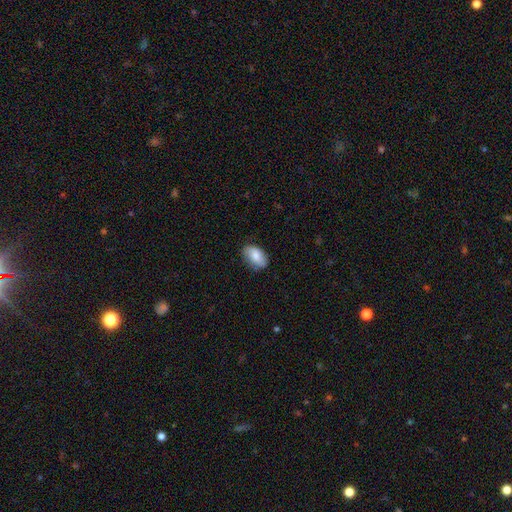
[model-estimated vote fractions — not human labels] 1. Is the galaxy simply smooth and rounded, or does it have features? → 80% smooth, 13% featured or disk, 7% star or artifact.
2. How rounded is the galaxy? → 91% in between, 7% round, 2% cigar-shaped.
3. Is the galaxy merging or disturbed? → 78% none, 18% minor disturbance, 3% major disturbance, 1% merger.